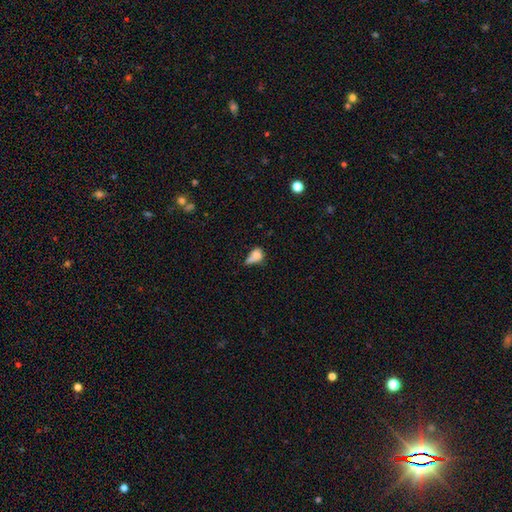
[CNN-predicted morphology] Smooth or featured? smooth (69%)
How rounded? in between (59%)
Merging? merger (28%)